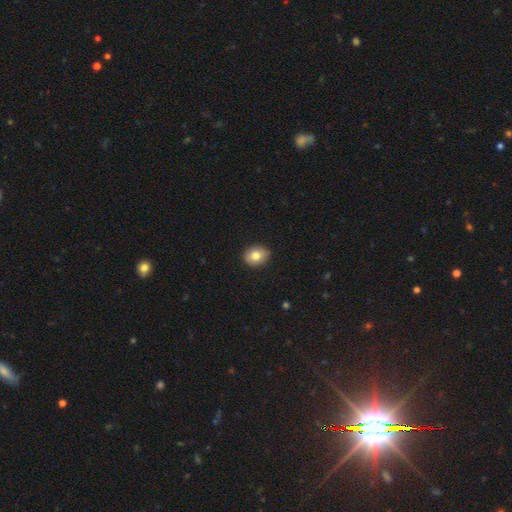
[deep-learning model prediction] The model was most divided on "how rounded": round: 57%, in between: 42%, cigar-shaped: 1%. More confident: merging — none (90%); smooth or featured — smooth (80%).